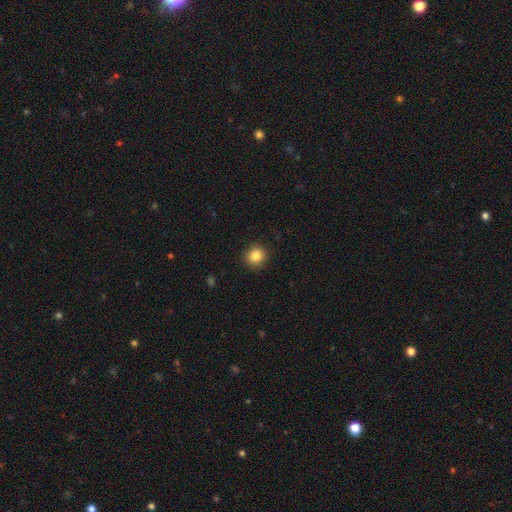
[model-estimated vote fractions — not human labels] Q: Smooth or featured?
A: smooth (85%); runner-up: star or artifact (11%)
Q: How rounded?
A: round (91%); runner-up: in between (8%)
Q: Merging?
A: none (90%); runner-up: minor disturbance (6%)